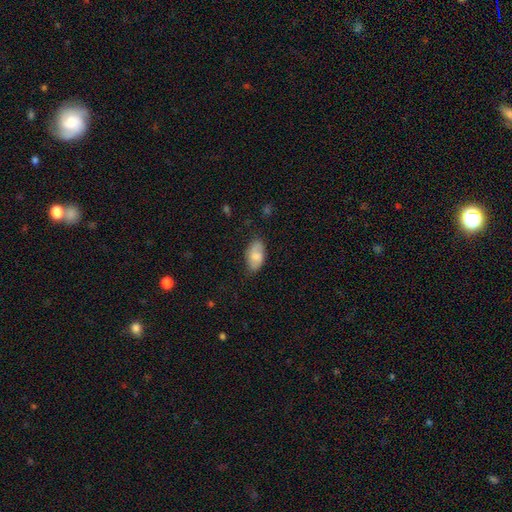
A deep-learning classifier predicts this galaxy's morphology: A smooth galaxy with no disk features (71%) that is in between round and cigar-shaped (93%).

Vote fractions:
- Smooth or featured? smooth: 71% / featured or disk: 23% / star or artifact: 7%
- How rounded? in between: 93% / round: 4% / cigar-shaped: 3%
- Merging? none: 73% / minor disturbance: 21% / major disturbance: 5% / merger: 2%